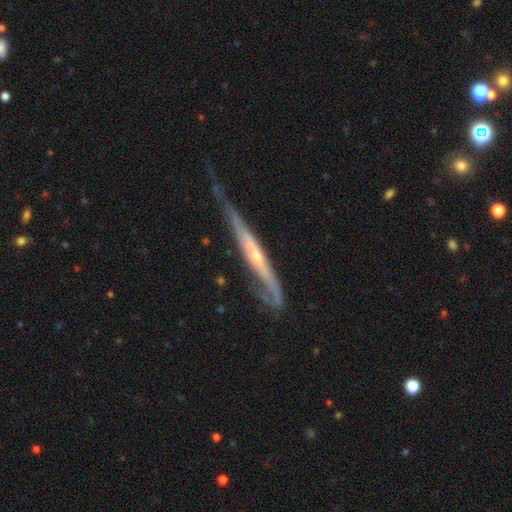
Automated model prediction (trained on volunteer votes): A featured or disk galaxy (79%) viewed edge-on (78%) with a rounded central bulge (54%). Merging: none (40%).